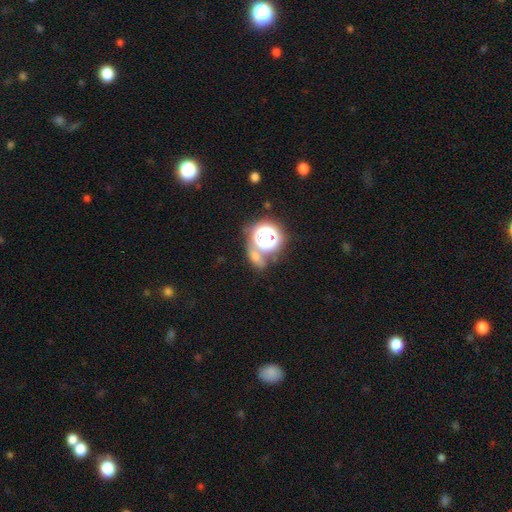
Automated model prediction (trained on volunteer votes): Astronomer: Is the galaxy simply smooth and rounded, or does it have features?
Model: smooth — 47% (runner-up: star or artifact, 38%).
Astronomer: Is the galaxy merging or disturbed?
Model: none — 55%.